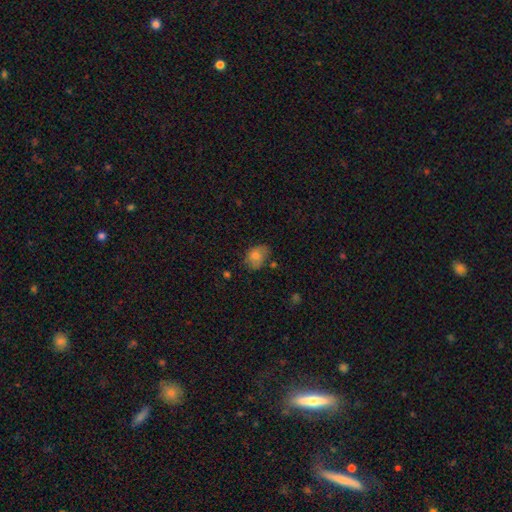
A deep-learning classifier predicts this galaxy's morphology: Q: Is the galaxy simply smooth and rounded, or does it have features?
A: smooth — 69%.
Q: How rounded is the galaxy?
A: in between — 69%.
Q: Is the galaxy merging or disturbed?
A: none — 63%.